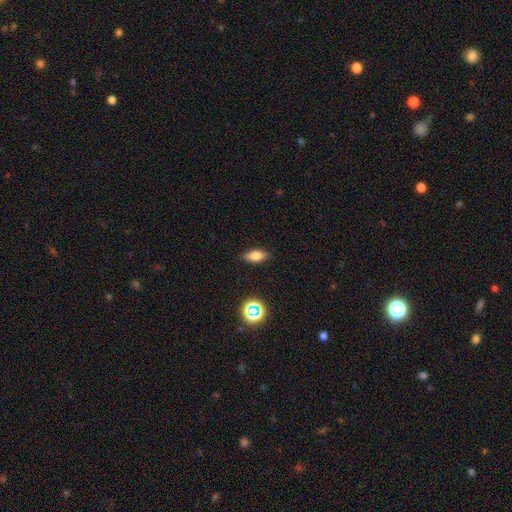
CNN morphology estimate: type=smooth (75%); roundness=in between (80%); merging=none (86%).